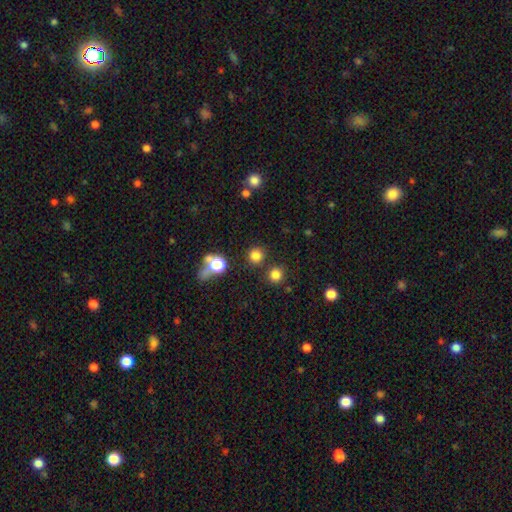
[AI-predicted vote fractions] This appears to be a smooth galaxy with no disk features (77%) that is round (92%). Merging: none (82%).